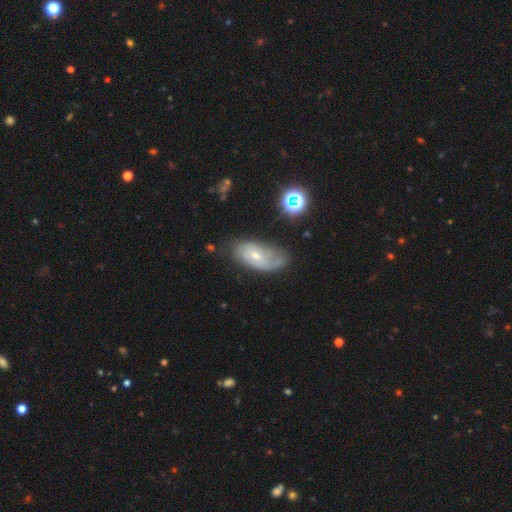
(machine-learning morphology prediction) Smooth or featured: featured or disk — 59% (smooth — 32%)
Edge-on disk: no — 92% (yes — 8%)
Bar: no — 54% (weak — 40%)
Spiral arms: yes — 81% (no — 19%)
Bulge size: small — 52% (moderate — 43%)
Merging: none — 53% (minor disturbance — 30%)